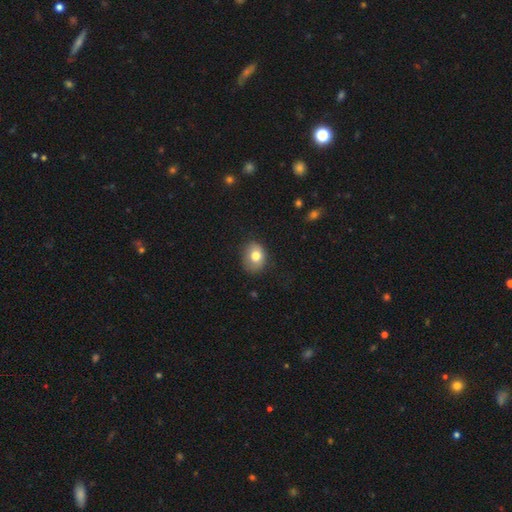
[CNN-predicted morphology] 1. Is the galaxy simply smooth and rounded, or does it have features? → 76% smooth, 15% featured or disk, 9% star or artifact.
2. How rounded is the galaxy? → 51% round, 48% in between, 1% cigar-shaped.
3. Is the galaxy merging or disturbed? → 74% none, 20% minor disturbance, 5% major disturbance, 1% merger.